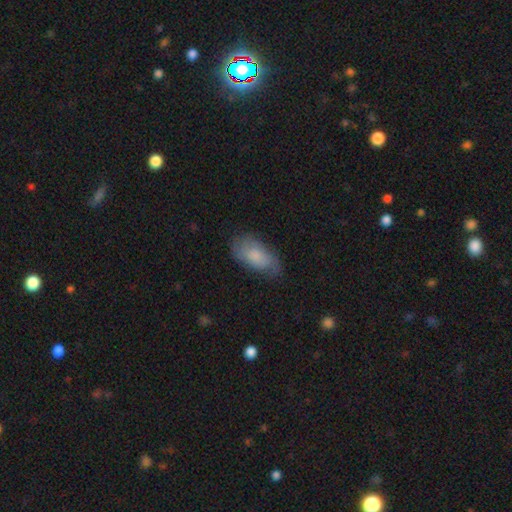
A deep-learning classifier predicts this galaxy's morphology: Q: Smooth or featured?
A: smooth (71%); runner-up: featured or disk (22%)
Q: How rounded?
A: in between (92%); runner-up: cigar-shaped (5%)
Q: Merging?
A: none (64%); runner-up: minor disturbance (27%)